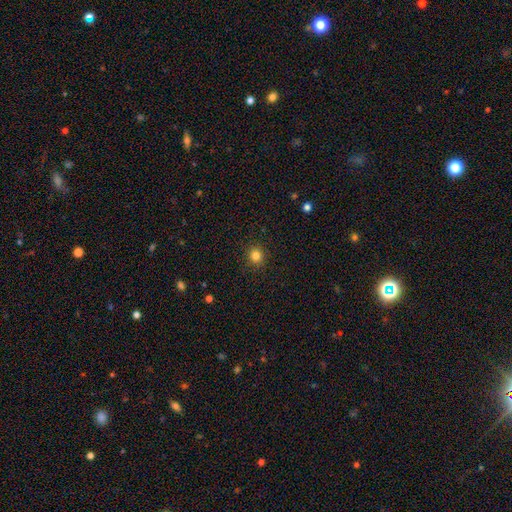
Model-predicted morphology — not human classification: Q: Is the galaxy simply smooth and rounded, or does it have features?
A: smooth — 83%.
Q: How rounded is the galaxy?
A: round — 87%.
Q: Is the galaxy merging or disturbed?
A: none — 91%.